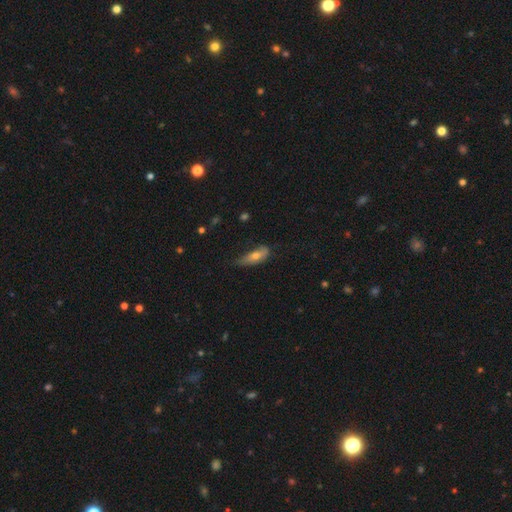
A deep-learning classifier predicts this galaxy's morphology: type=smooth (61%); roundness=in between (62%); merging=minor disturbance (41%).